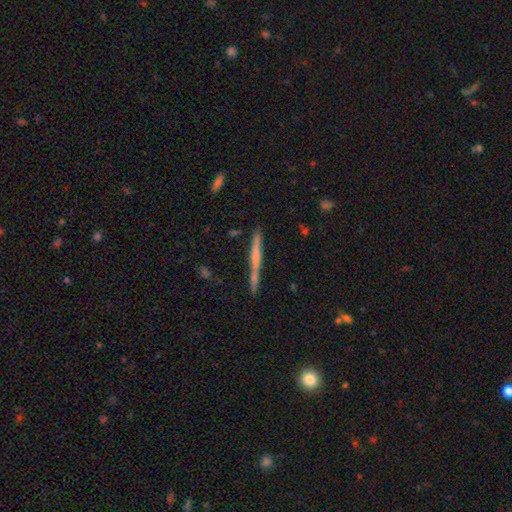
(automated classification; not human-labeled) Morphology: type=featured or disk (47%); merging=none (80%).